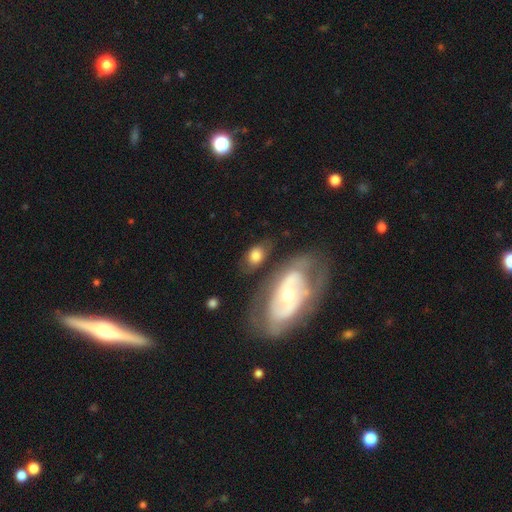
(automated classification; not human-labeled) smooth 63%, featured or disk 30%, star or artifact 7%. Down the decision tree: how rounded — in between (77%); merging — none (62%).